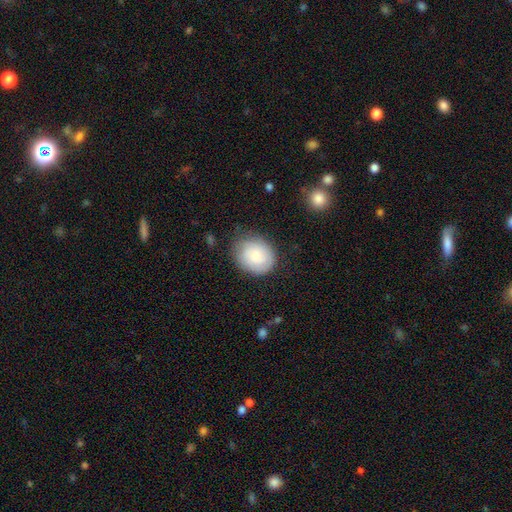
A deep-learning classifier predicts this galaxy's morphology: The model was most divided on "how rounded": round: 61%, in between: 38%, cigar-shaped: 1%. More confident: merging — none (73%); smooth or featured — smooth (72%).